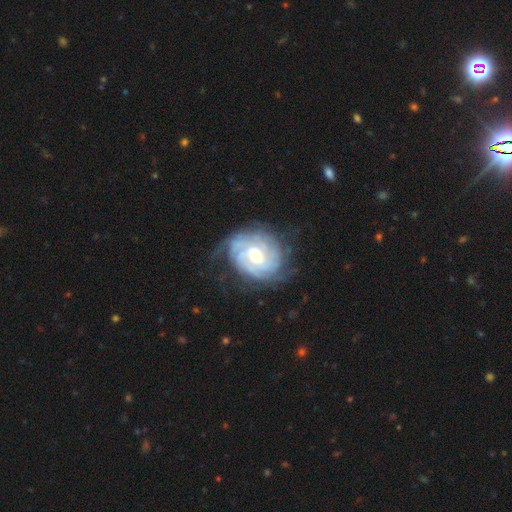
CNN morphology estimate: Smooth or featured: featured or disk — 86% (smooth — 9%)
Edge-on disk: no — 98% (yes — 2%)
Bar: no — 56% (weak — 36%)
Spiral arms: yes — 96% (no — 4%)
Spiral winding: tight — 73% (medium — 22%)
Spiral arm count: can't tell — 38% (2 — 19%)
Bulge size: moderate — 53% (small — 40%)
Merging: none — 68% (minor disturbance — 21%)